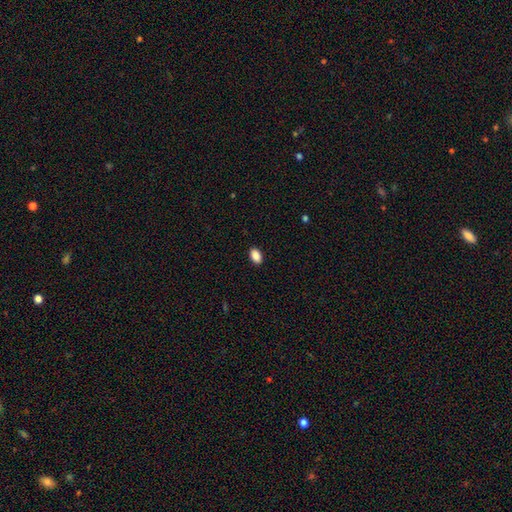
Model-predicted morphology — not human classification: Smooth or featured? Predicted: smooth (p=0.89). How rounded? Predicted: in between (p=0.91). Merging? Predicted: none (p=0.90).